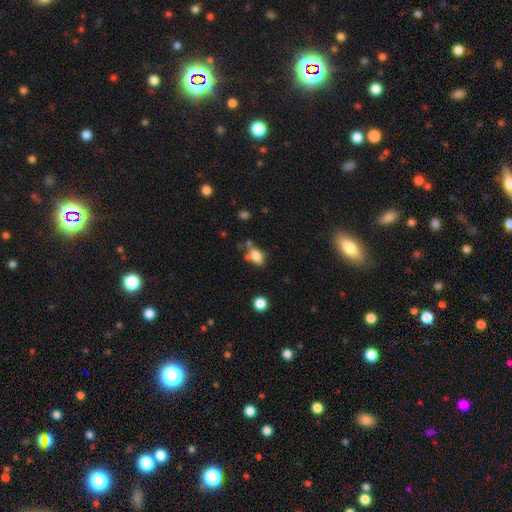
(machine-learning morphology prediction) smooth-or-featured: smooth: 77% | featured or disk: 12% | star or artifact: 11%
  how-rounded: in between: 84% | round: 12% | cigar-shaped: 4%
  merging: none: 51% | minor disturbance: 21% | merger: 20% | major disturbance: 9%